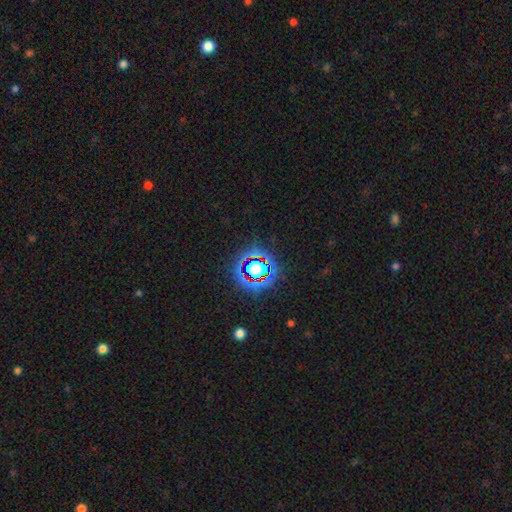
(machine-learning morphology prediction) A star or artifact, not a galaxy (79%).

Vote fractions:
- Smooth or featured? star or artifact: 79% / smooth: 12% / featured or disk: 8%